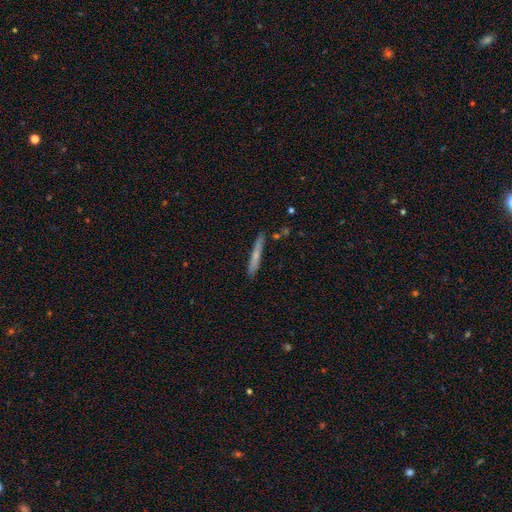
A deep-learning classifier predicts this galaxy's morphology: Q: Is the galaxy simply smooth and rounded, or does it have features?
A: smooth — 60%.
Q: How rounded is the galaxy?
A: cigar-shaped — 95%.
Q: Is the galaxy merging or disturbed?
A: none — 84%.